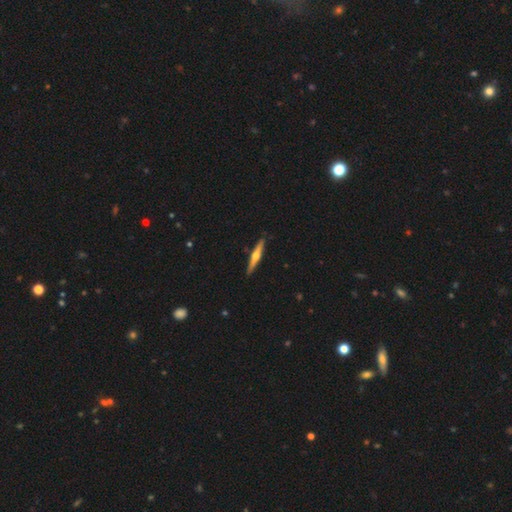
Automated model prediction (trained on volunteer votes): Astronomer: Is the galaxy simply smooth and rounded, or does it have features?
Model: featured or disk — 66%.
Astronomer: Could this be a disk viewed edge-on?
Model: yes — 97%.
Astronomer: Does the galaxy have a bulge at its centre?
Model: rounded — 92%.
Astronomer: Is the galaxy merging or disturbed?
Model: none — 91%.